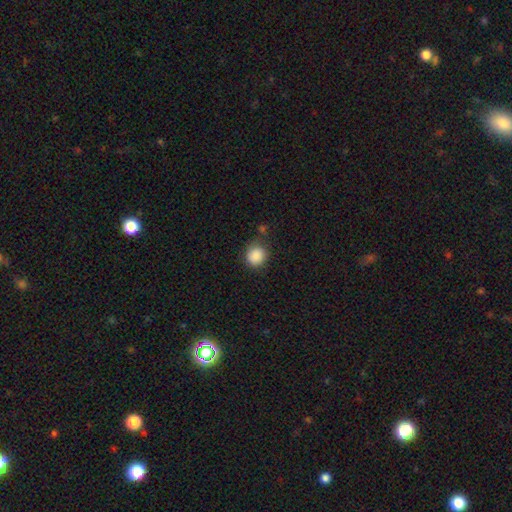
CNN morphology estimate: Overall: smooth (88%). How rounded: round (85%). Merging: none (75%).